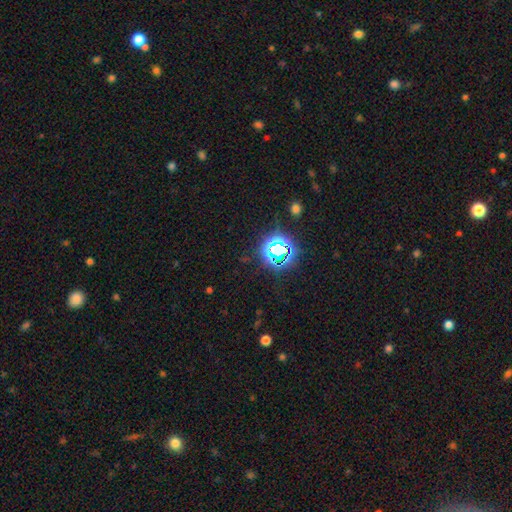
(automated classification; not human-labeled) smooth_or_featured: star or artifact (p=0.78) [alt: smooth p=0.16]